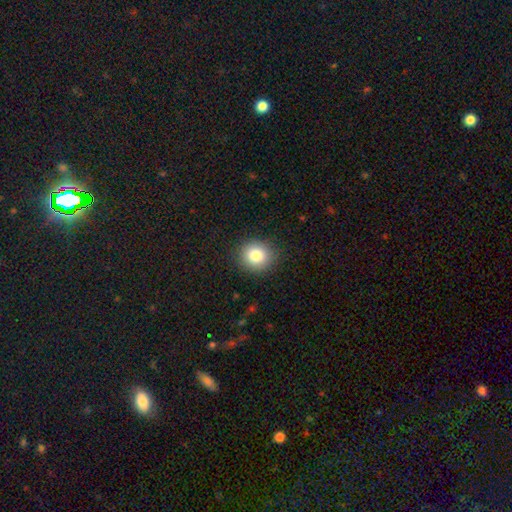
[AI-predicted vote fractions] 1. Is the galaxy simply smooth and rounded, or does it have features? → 83% smooth, 10% star or artifact, 7% featured or disk.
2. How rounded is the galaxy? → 83% round, 16% in between, 1% cigar-shaped.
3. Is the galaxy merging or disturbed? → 89% none, 8% minor disturbance, 2% major disturbance, 1% merger.